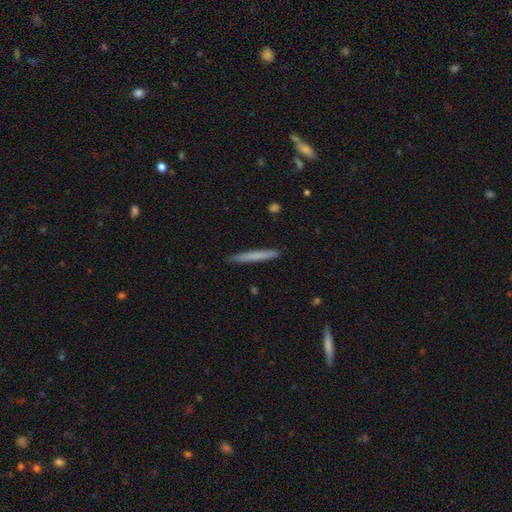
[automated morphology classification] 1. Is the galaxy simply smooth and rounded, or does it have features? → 69% smooth, 25% featured or disk, 6% star or artifact.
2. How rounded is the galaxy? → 97% cigar-shaped, 2% in between, 1% round.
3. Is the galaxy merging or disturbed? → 90% none, 7% minor disturbance, 1% major disturbance, 1% merger.